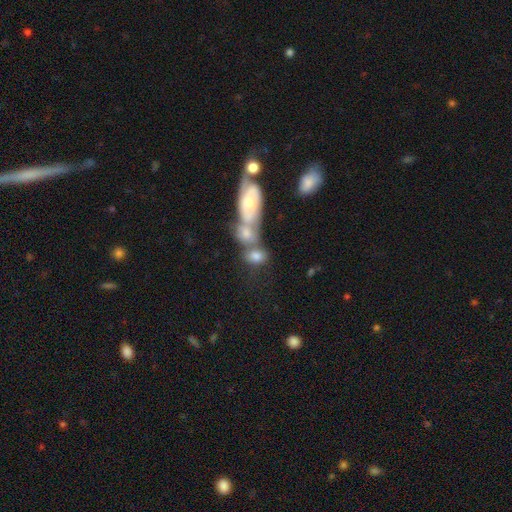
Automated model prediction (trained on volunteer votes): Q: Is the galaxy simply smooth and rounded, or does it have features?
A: smooth — 60%.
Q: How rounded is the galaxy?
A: in between — 68%.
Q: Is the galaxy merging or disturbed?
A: merger — 54%.